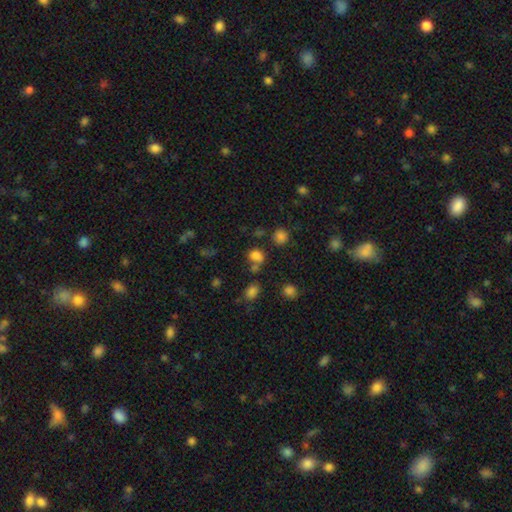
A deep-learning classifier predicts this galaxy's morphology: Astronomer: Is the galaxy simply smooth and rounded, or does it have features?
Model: smooth — 75%.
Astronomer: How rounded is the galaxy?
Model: round — 56% (runner-up: in between, 43%).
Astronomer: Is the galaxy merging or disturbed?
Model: none — 60%.